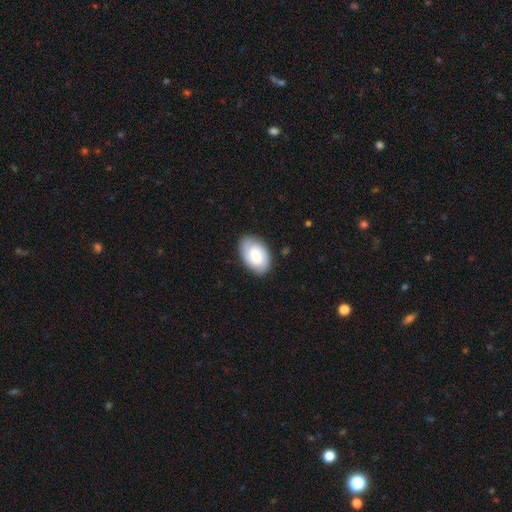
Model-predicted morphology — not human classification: This appears to be a smooth galaxy with no disk features (67%) that is in between round and cigar-shaped (91%). Merging: none (83%).